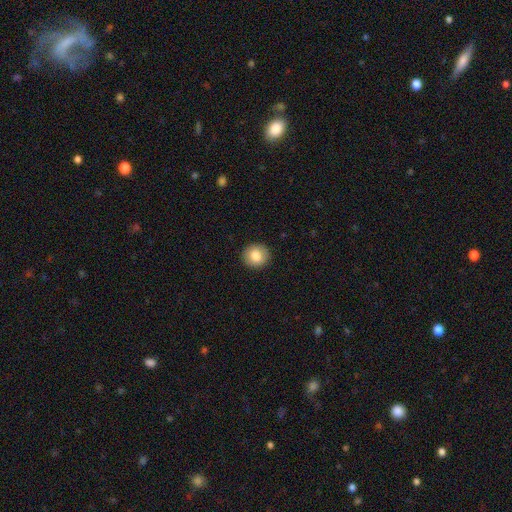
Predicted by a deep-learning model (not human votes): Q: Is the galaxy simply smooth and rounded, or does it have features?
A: smooth — 82%.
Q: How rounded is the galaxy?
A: round — 89%.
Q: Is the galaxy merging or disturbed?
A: none — 92%.